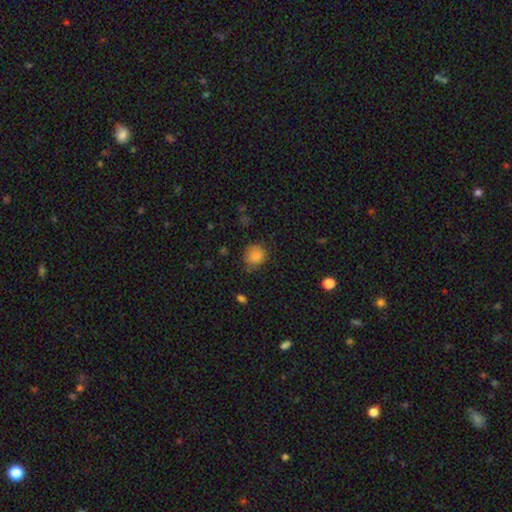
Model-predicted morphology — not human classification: This is clearly a smooth galaxy (83%). How rounded: likely round (68%). Merging: likely none (66%).